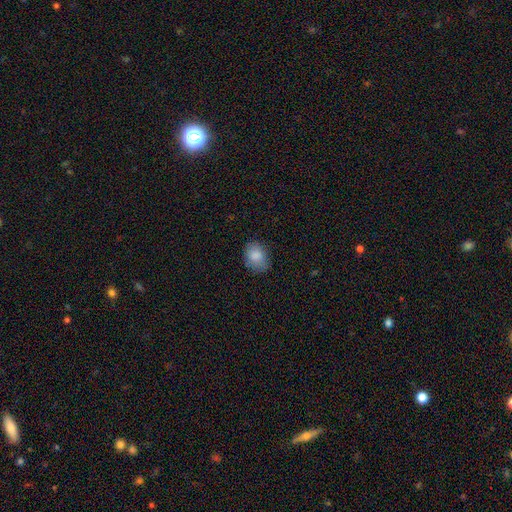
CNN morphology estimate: This is clearly a smooth galaxy (86%). How rounded: possibly in between (60%). Merging: likely none (74%).